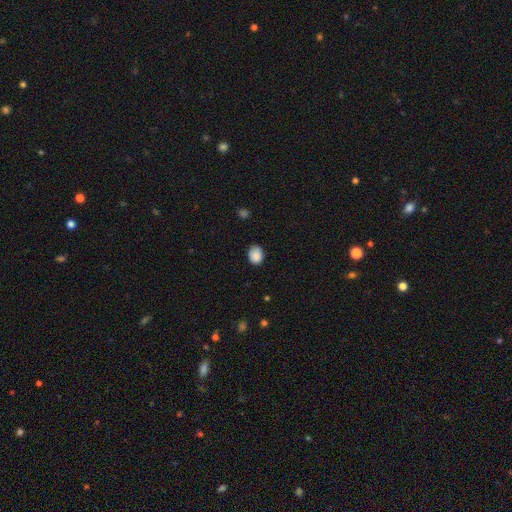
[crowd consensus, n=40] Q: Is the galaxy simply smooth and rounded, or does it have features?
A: smooth — 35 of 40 (88%).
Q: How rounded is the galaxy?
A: round — 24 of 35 (69%).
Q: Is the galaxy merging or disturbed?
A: none — 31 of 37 (84%).